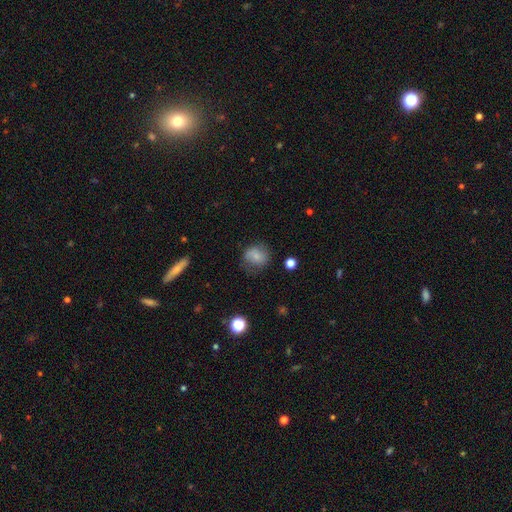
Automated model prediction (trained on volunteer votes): Smooth or featured? Predicted: smooth (p=0.72). How rounded? Predicted: round (p=0.74). Merging? Predicted: none (p=0.65).